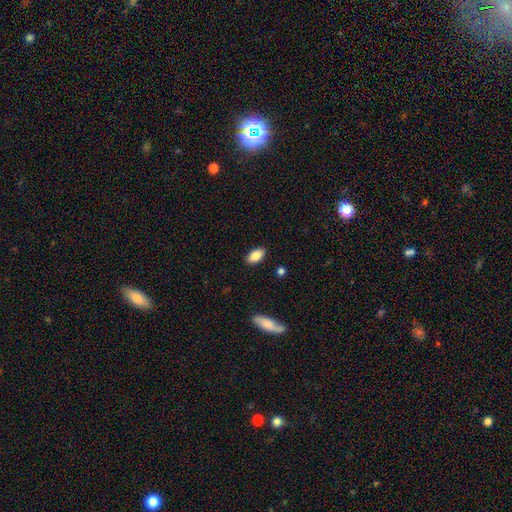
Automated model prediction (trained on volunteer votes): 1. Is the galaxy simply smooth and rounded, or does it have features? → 86% smooth, 7% featured or disk, 7% star or artifact.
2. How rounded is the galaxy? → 92% in between, 4% cigar-shaped, 3% round.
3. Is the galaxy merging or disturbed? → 88% none, 9% minor disturbance, 2% major disturbance, 1% merger.